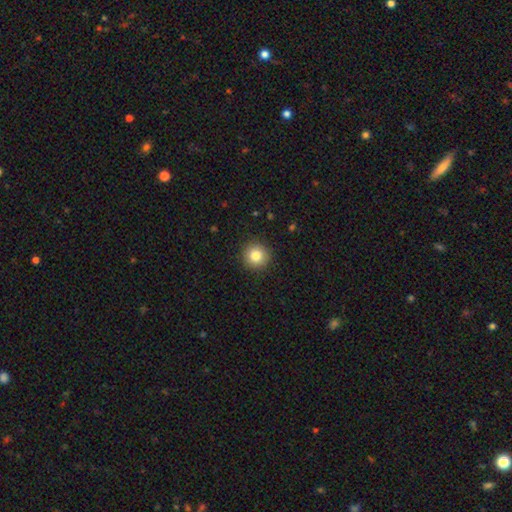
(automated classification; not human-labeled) Smooth or featured?
  - smooth: 84% *
  - star or artifact: 10%
  - featured or disk: 6%
How rounded?
  - round: 95% *
  - in between: 5%
  - cigar-shaped: 1%
Merging?
  - none: 92% *
  - minor disturbance: 6%
  - major disturbance: 2%
  - merger: 1%